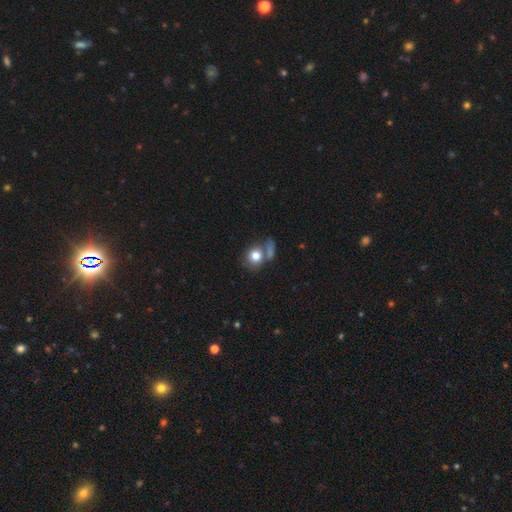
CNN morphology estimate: Overall: smooth (79%). How rounded: round (71%). Merging: none (44%; merger 34%).